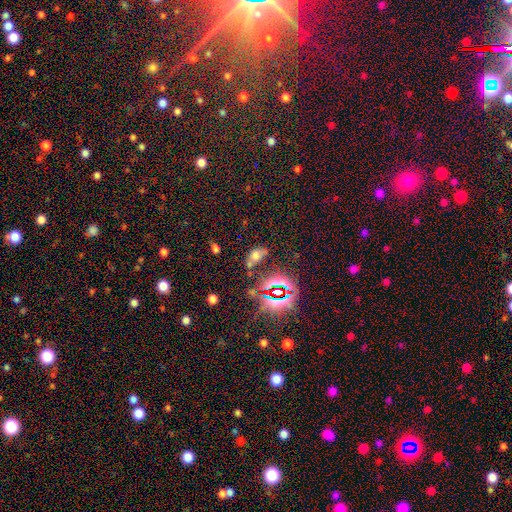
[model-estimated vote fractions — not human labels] This is possibly a smooth galaxy (48%). Merging: possibly none (48%).